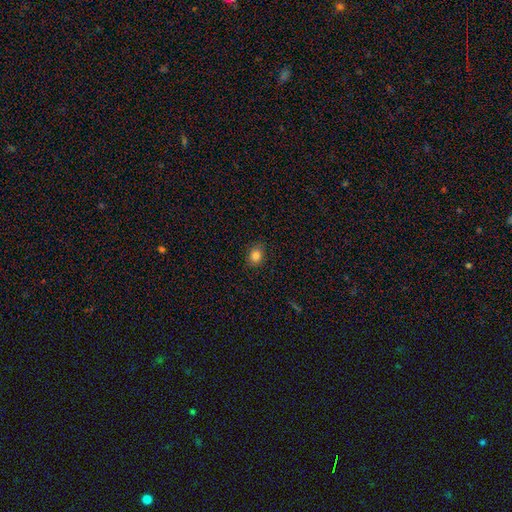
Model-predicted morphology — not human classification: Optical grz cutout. It shows a smooth galaxy with no disk features (83%) that is round (57%). Merging: none (84%).